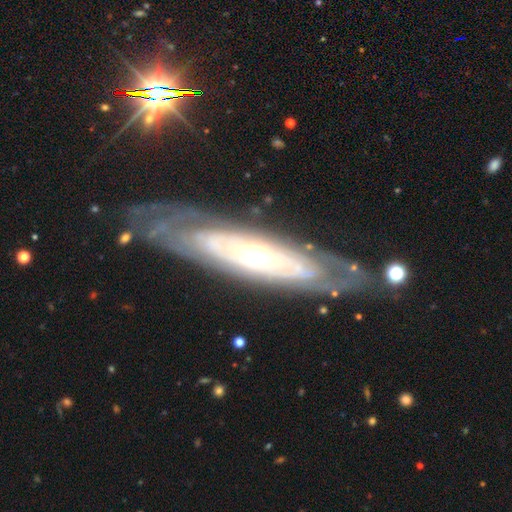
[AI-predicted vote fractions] Overall: featured or disk (79%). Edge-on disk: no (66%; yes 34%). Bar: no (79%). Spiral arms: yes (63%; no 37%). Bulge size: moderate (56%; large 20%). Merging: none (76%).